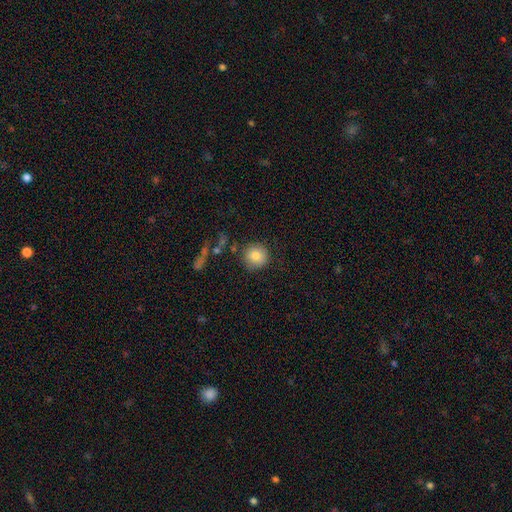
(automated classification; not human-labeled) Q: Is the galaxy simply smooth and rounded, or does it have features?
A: smooth — 82%.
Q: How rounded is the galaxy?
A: round — 94%.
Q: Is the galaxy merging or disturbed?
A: none — 85%.